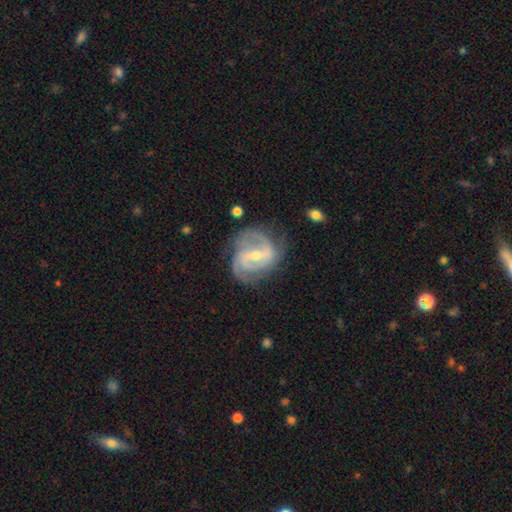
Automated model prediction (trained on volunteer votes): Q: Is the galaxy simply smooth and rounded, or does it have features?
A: featured or disk — 89%.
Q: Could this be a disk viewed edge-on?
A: no — 98%.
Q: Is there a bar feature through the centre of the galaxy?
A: weak — 46%.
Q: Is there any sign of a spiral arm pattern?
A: yes — 96%.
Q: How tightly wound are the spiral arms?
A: medium — 47%.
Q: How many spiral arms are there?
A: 2 — 49%.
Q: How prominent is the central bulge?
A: small — 52%.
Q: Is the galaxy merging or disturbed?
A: none — 68%.